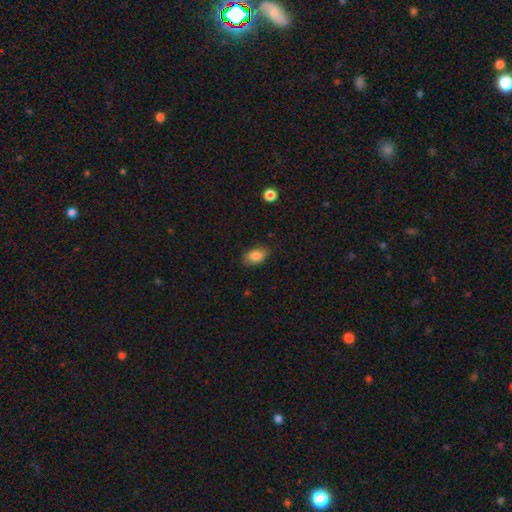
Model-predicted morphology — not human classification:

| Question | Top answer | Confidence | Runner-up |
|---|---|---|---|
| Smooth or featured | smooth | 85% | star or artifact (8%) |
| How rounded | in between | 88% | round (11%) |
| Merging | none | 80% | minor disturbance (15%) |